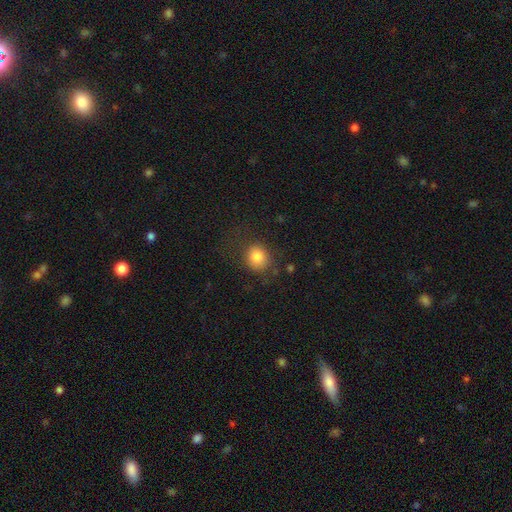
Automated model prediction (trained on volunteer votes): smooth-or-featured: smooth: 82% | star or artifact: 10% | featured or disk: 7%
  how-rounded: round: 79% | in between: 20% | cigar-shaped: 1%
  merging: none: 74% | minor disturbance: 16% | major disturbance: 9% | merger: 2%